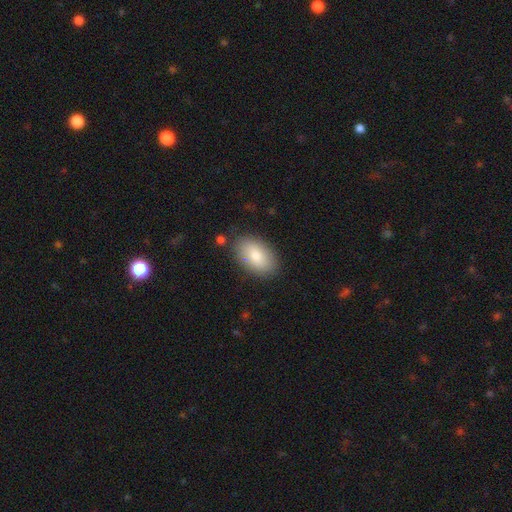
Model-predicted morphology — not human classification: Overall: smooth (81%). How rounded: in between (91%). Merging: none (84%).